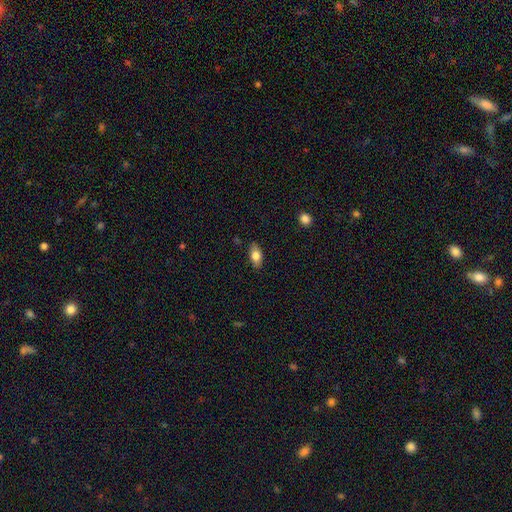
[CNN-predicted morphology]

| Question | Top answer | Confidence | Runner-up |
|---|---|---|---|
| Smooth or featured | smooth | 77% | featured or disk (16%) |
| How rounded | in between | 88% | cigar-shaped (7%) |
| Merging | none | 85% | minor disturbance (12%) |